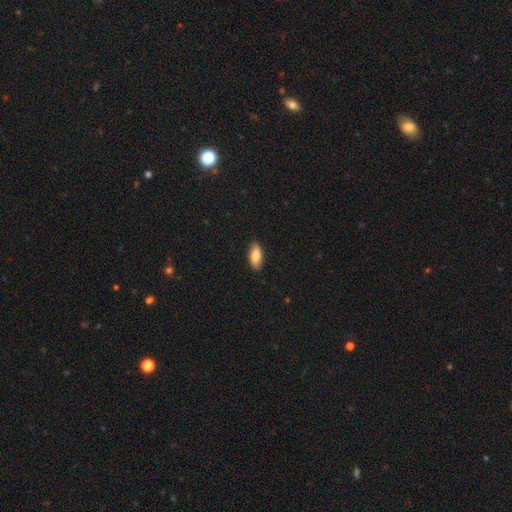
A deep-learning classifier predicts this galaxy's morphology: type=smooth (83%); roundness=in between (83%); merging=none (88%).